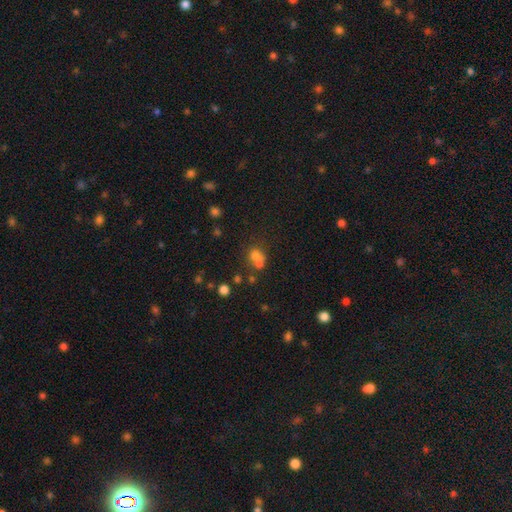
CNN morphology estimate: Smooth or featured? Predicted: smooth (p=0.66). How rounded? Predicted: round (p=0.74). Merging? Predicted: merger (p=0.52).